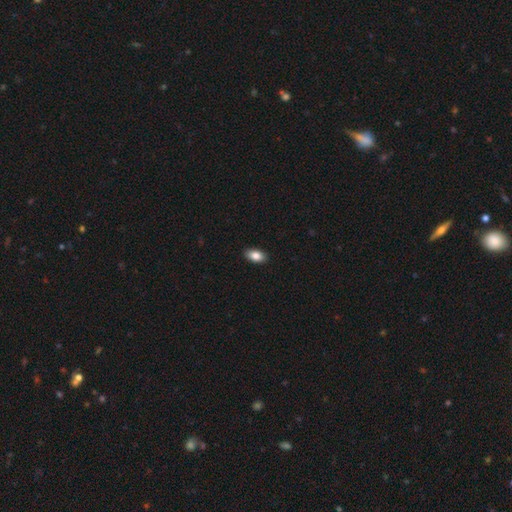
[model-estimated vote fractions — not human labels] Smooth or featured: smooth — 85% (featured or disk — 8%)
How rounded: in between — 92% (round — 5%)
Merging: none — 90% (minor disturbance — 7%)